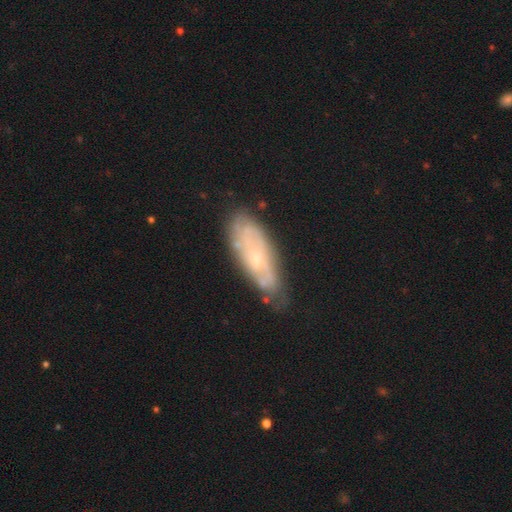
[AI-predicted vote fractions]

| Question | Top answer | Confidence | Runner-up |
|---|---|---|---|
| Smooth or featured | featured or disk | 64% | smooth (28%) |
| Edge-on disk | no | 82% | yes (18%) |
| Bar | no | 76% | weak (20%) |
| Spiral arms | yes | 71% | no (29%) |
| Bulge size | small | 66% | moderate (27%) |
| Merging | none | 71% | minor disturbance (21%) |